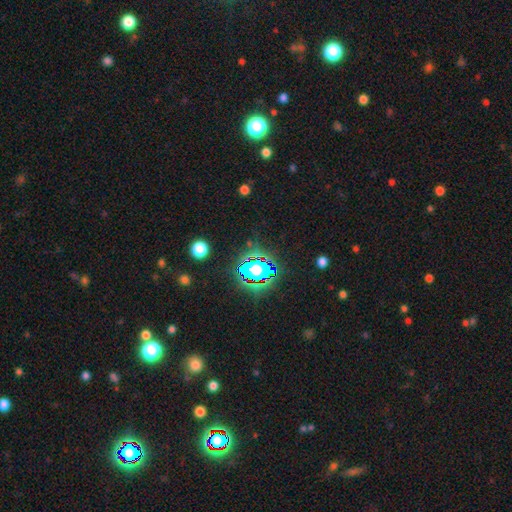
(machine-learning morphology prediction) A star or artifact, not a galaxy (80%).